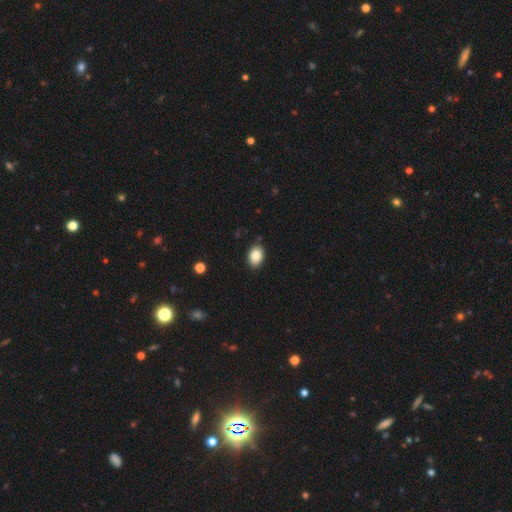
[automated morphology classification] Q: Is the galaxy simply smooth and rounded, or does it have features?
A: smooth — 84%.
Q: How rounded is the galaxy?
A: in between — 82%.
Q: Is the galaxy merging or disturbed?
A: none — 88%.